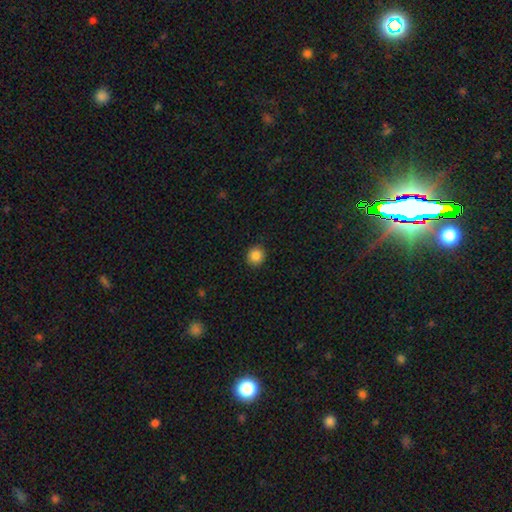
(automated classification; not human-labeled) Smooth or featured: smooth — 86% (star or artifact — 10%)
How rounded: round — 86% (in between — 13%)
Merging: none — 91% (minor disturbance — 6%)